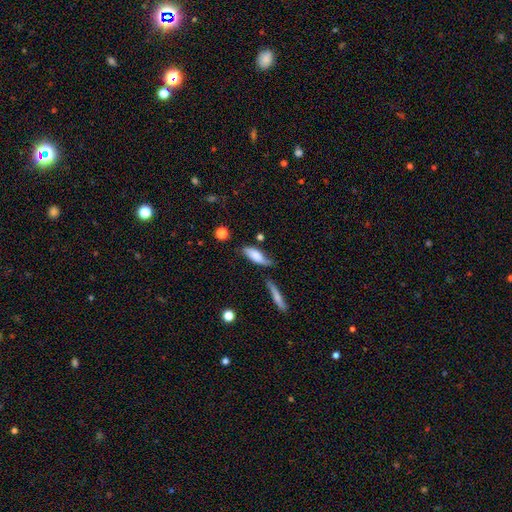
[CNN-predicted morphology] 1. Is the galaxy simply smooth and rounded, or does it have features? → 70% smooth, 22% featured or disk, 8% star or artifact.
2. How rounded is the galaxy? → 61% in between, 37% cigar-shaped, 3% round.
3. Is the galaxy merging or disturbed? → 40% none, 31% minor disturbance, 16% major disturbance, 13% merger.